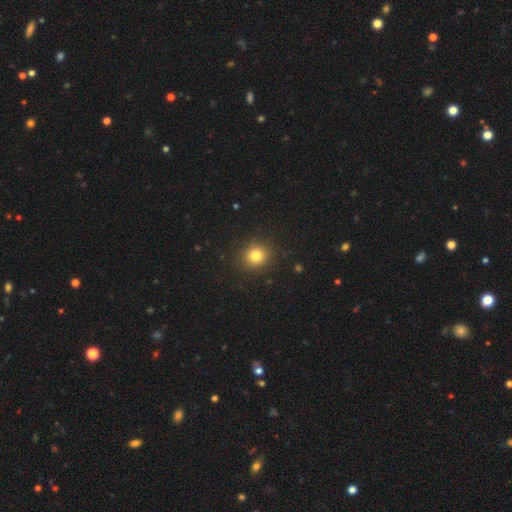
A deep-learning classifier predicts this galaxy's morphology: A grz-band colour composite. It shows a smooth galaxy with no disk features (81%) that is round (83%). Merging: none (89%).